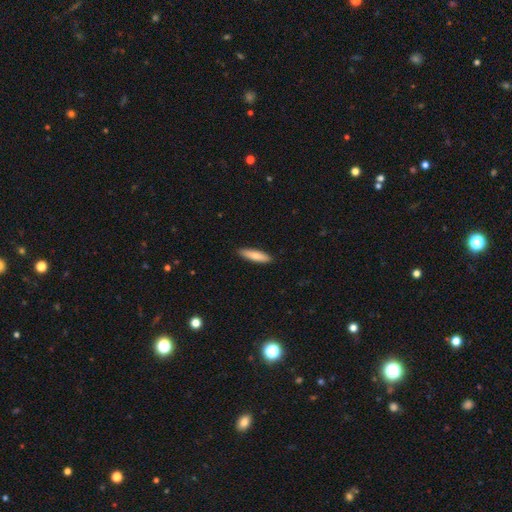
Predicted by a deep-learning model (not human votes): Smooth or featured? Predicted: smooth (p=0.77). How rounded? Predicted: cigar-shaped (p=0.76). Merging? Predicted: none (p=0.91).